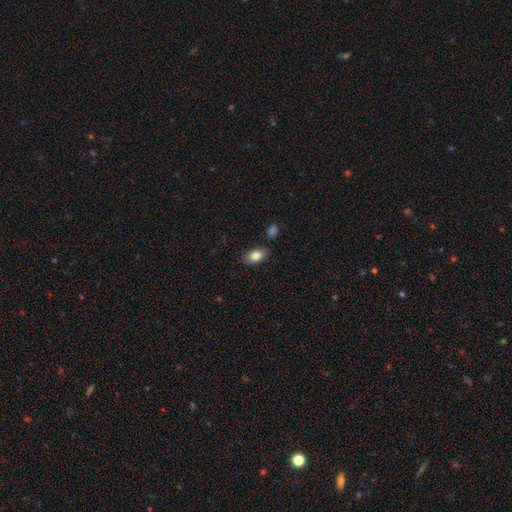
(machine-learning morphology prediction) This is clearly a smooth galaxy (83%). How rounded: clearly in between (91%). Merging: clearly none (81%).